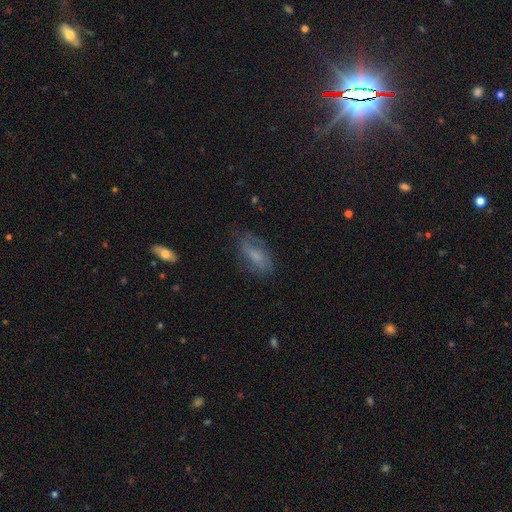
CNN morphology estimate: Smooth or featured?
  - smooth: 53% *
  - featured or disk: 37%
  - star or artifact: 11%
How rounded?
  - in between: 81% *
  - cigar-shaped: 14%
  - round: 5%
Merging?
  - none: 63% *
  - minor disturbance: 23%
  - major disturbance: 12%
  - merger: 2%